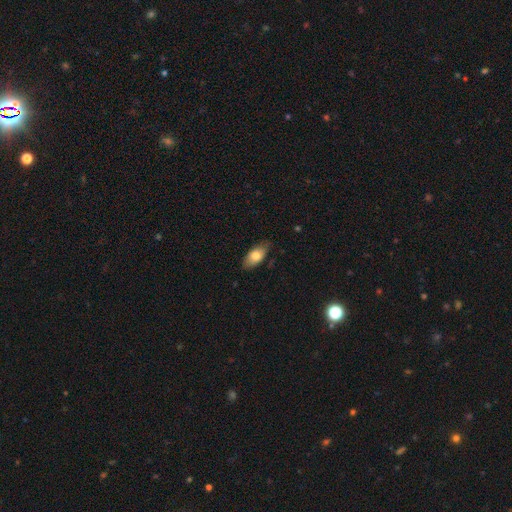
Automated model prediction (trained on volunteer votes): Smooth or featured? Predicted: smooth (p=0.76). How rounded? Predicted: in between (p=0.90). Merging? Predicted: none (p=0.79).